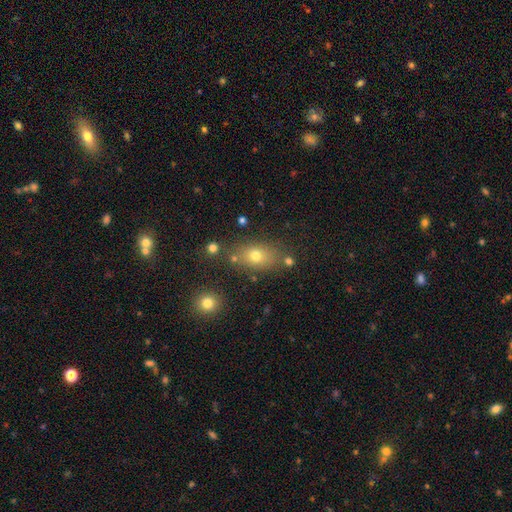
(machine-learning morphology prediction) Smooth or featured? Predicted: smooth (p=0.72). How rounded? Predicted: in between (p=0.72). Merging? Predicted: none (p=0.74).